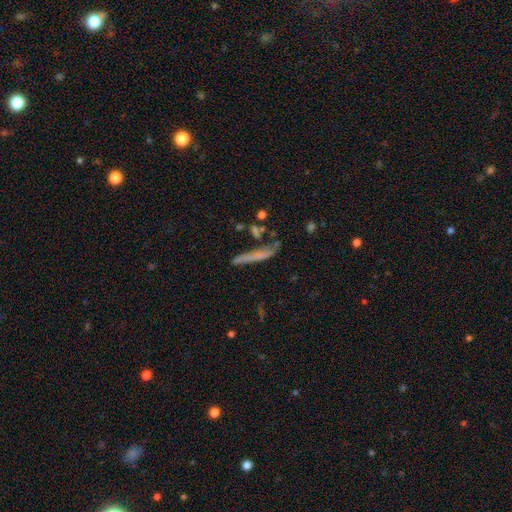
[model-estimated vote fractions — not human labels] smooth 51%, featured or disk 39%, star or artifact 10%. Down the decision tree: how rounded — cigar-shaped (93%); merging — none (65%).